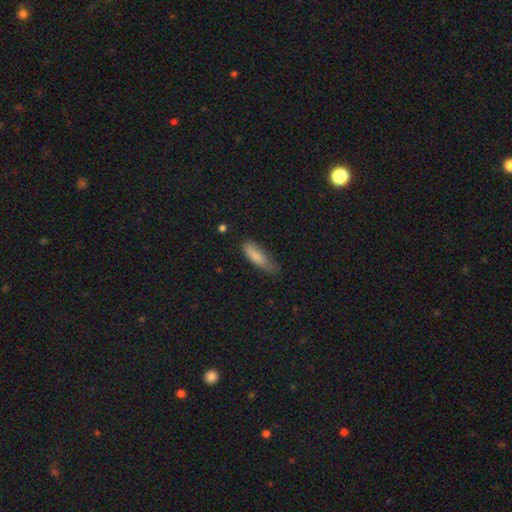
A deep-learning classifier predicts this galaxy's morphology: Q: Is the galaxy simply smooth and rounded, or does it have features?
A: smooth — 84%.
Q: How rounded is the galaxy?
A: in between — 55%.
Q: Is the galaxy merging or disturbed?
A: none — 49%.